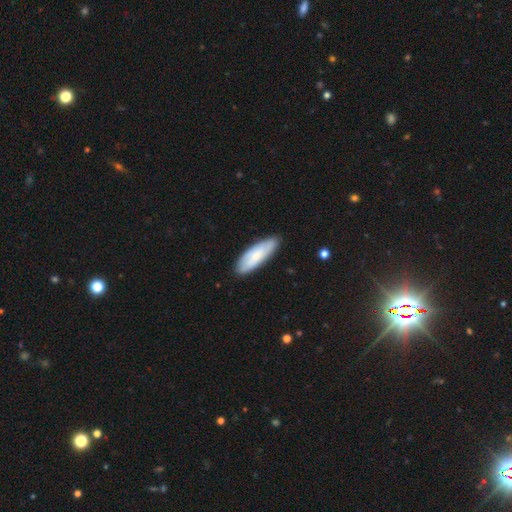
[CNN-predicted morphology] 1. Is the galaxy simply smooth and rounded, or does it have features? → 65% smooth, 29% featured or disk, 6% star or artifact.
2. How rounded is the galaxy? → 58% in between, 41% cigar-shaped, 2% round.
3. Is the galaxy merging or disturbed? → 84% none, 13% minor disturbance, 2% major disturbance, 1% merger.